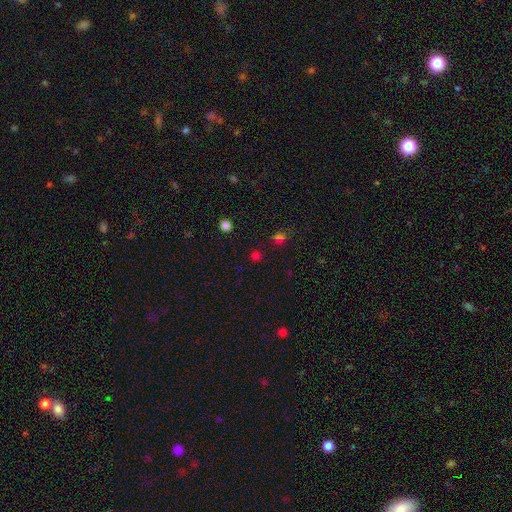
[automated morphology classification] smooth_or_featured: smooth (p=0.62) [alt: star or artifact p=0.34]
how_rounded: round (p=0.90) [alt: in between p=0.09]
merging: none (p=0.85) [alt: minor disturbance p=0.08]